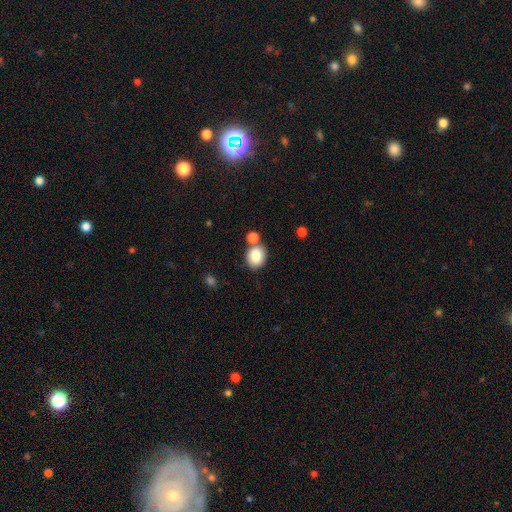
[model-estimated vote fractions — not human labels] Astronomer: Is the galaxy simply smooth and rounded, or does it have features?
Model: smooth — 84%.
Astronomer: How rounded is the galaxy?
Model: round — 55% (runner-up: in between, 44%).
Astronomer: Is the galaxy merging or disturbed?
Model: none — 65%.